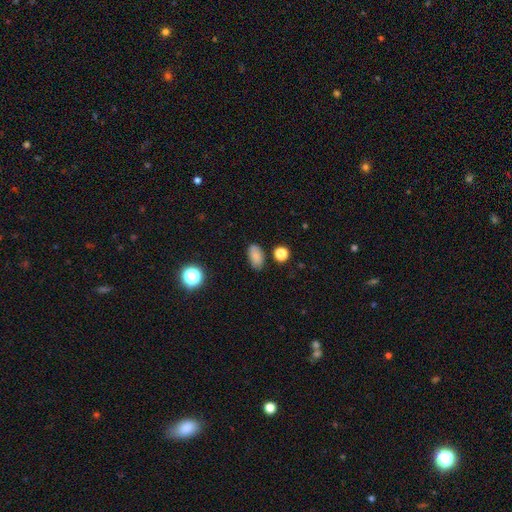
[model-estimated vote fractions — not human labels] Smooth or featured: smooth — 82% (star or artifact — 11%)
How rounded: in between — 90% (round — 8%)
Merging: none — 81% (minor disturbance — 13%)